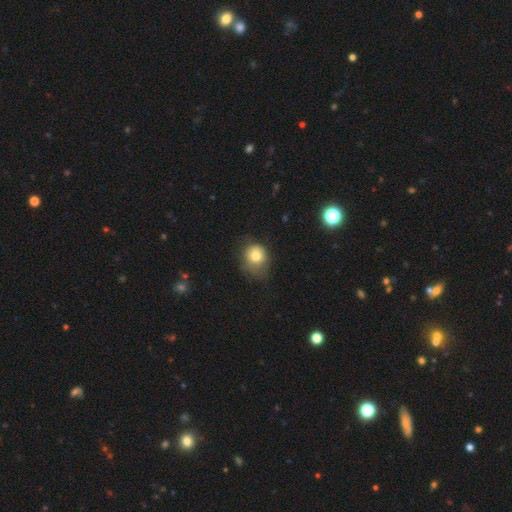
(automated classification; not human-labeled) Morphology: type=smooth (76%); roundness=round (69%); merging=none (46%).